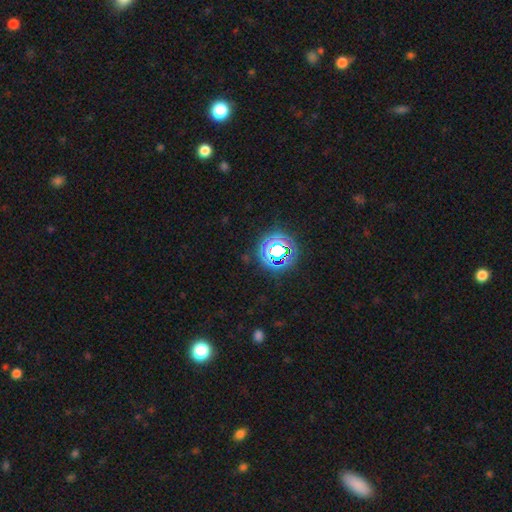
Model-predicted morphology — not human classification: smooth_or_featured: star or artifact (p=0.73) [alt: smooth p=0.20]